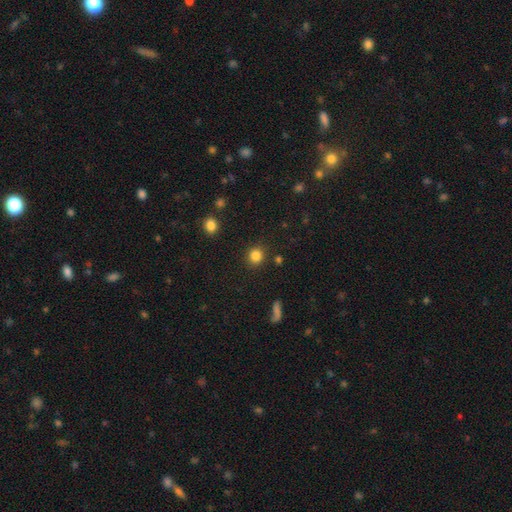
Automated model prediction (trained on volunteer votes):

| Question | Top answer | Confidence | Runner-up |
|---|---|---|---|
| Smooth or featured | smooth | 85% | star or artifact (11%) |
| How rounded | round | 86% | in between (13%) |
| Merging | none | 88% | minor disturbance (7%) |